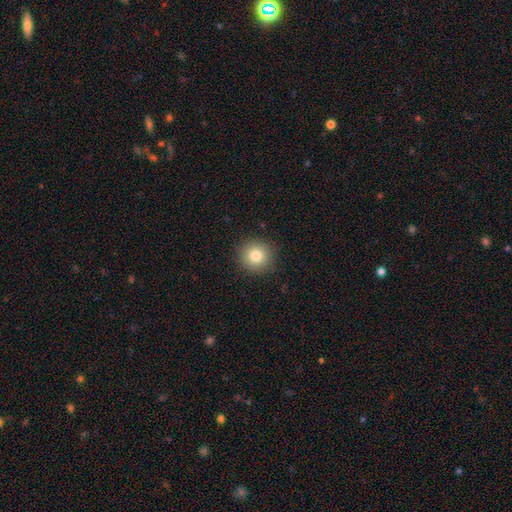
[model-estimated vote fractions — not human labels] This is clearly a smooth galaxy (82%). How rounded: clearly round (93%). Merging: clearly none (91%).